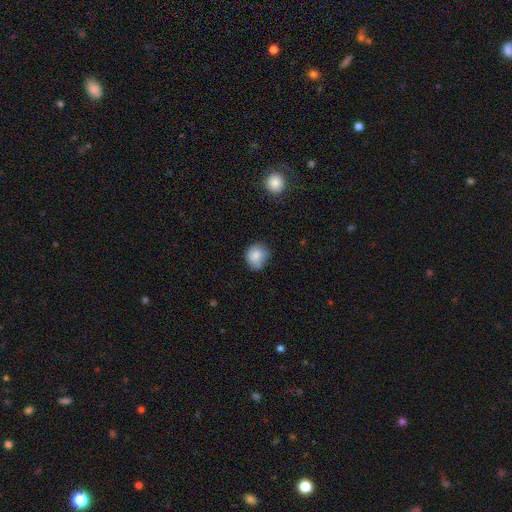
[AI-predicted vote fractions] Smooth or featured?
  - smooth: 83% *
  - star or artifact: 9%
  - featured or disk: 8%
How rounded?
  - round: 74% *
  - in between: 25%
  - cigar-shaped: 1%
Merging?
  - none: 63% *
  - minor disturbance: 29%
  - major disturbance: 6%
  - merger: 2%